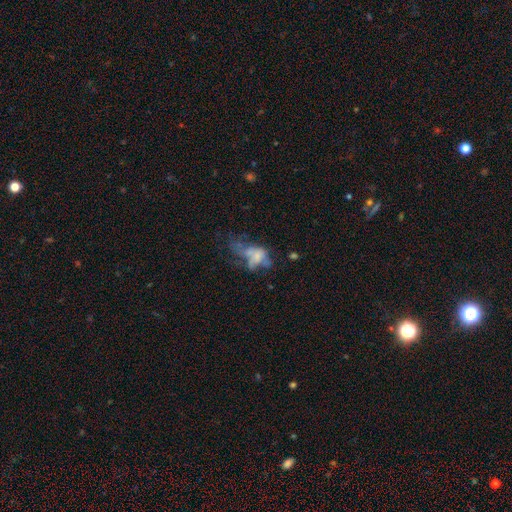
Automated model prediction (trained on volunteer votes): smooth-or-featured: featured or disk: 44% | smooth: 41% | star or artifact: 15%
  merging: major disturbance: 47% | merger: 22% | none: 19% | minor disturbance: 13%